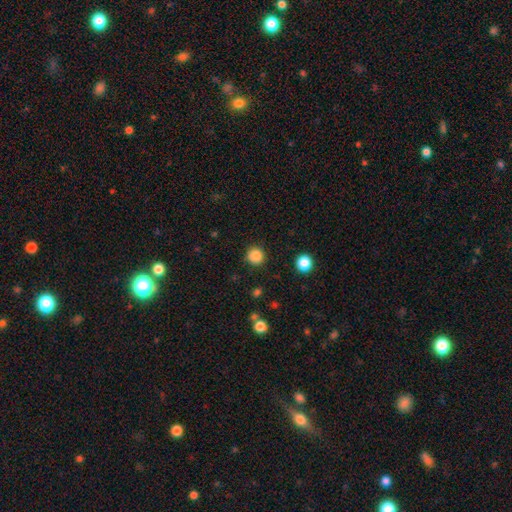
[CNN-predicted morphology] The model was most divided on "smooth or featured": smooth: 85%, star or artifact: 11%, featured or disk: 4%. More confident: how rounded — round (93%); merging — none (88%).